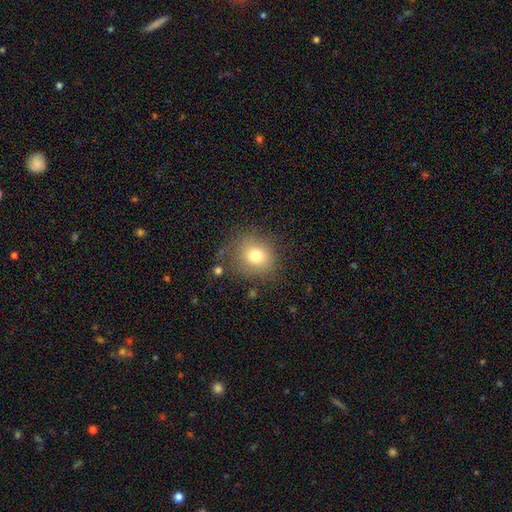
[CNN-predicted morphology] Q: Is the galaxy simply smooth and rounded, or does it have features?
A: smooth — 75%.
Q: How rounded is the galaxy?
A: round — 81%.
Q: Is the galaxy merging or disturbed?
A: none — 68%.